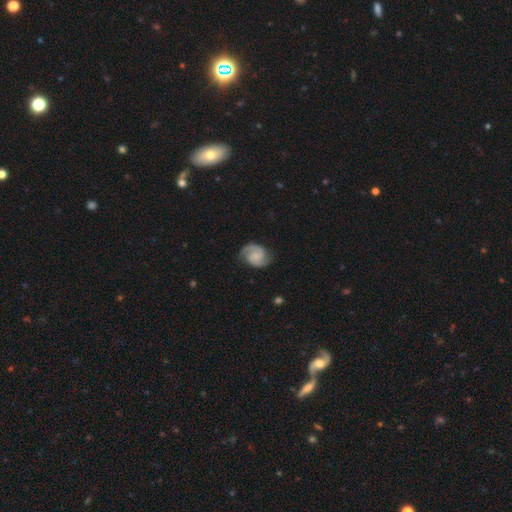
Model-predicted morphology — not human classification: A featured or disk galaxy (87%) with no bar (57%), 2 (93%) medium (52%) spiral arms (98%) and no central bulge (45%).

Vote fractions:
- Smooth or featured? featured or disk: 87% / smooth: 8% / star or artifact: 5%
- Edge-on disk? no: 98% / yes: 2%
- Bar? no: 57% / weak: 35% / strong: 8%
- Spiral arms? yes: 98% / no: 2%
- Spiral winding? medium: 52% / tight: 36% / loose: 12%
- Spiral arm count? 2: 93% / can't tell: 2% / 1: 1% / 3: 1% / 4: 1% / more than 4: 1%
- Bulge size? none: 45% / small: 33% / moderate: 18% / large: 3% / dominant: 1%
- Merging? none: 82% / minor disturbance: 13% / major disturbance: 4% / merger: 1%